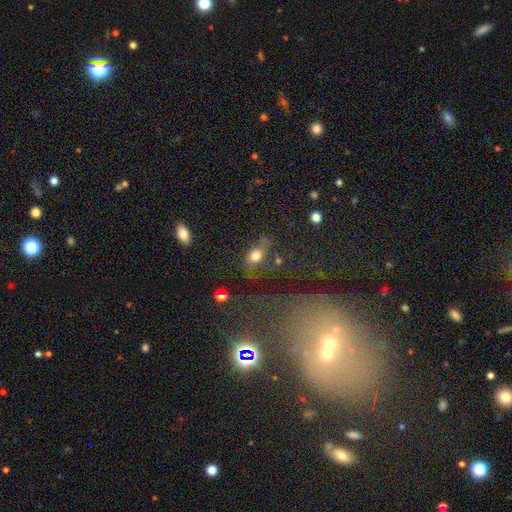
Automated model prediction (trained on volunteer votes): Smooth or featured? smooth (73%)
How rounded? in between (69%)
Merging? none (56%)